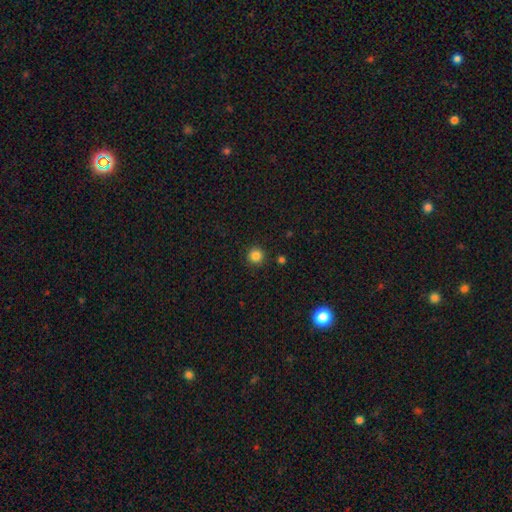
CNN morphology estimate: type=smooth (85%); roundness=round (95%); merging=none (91%).